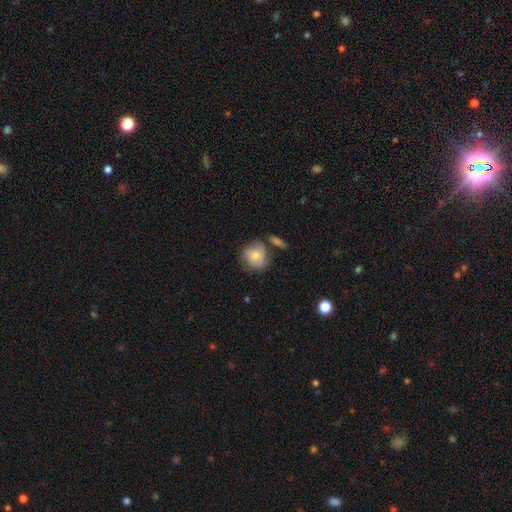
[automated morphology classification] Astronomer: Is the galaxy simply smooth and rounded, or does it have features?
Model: smooth — 71%.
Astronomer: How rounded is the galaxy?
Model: round — 79%.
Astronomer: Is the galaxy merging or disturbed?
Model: none — 55%.